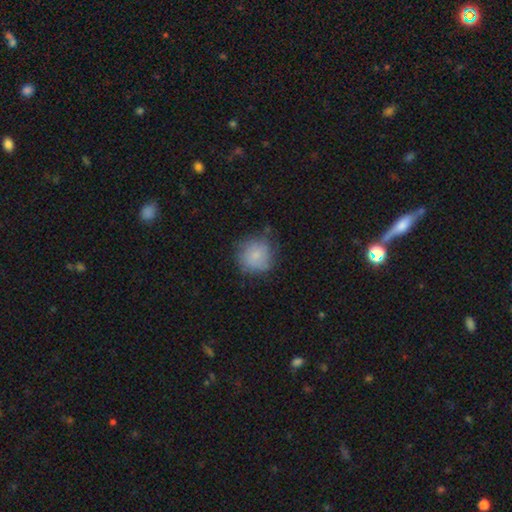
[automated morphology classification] smooth_or_featured: smooth (p=0.78) [alt: featured or disk p=0.14]
how_rounded: round (p=0.90) [alt: in between p=0.09]
merging: none (p=0.68) [alt: minor disturbance p=0.23]